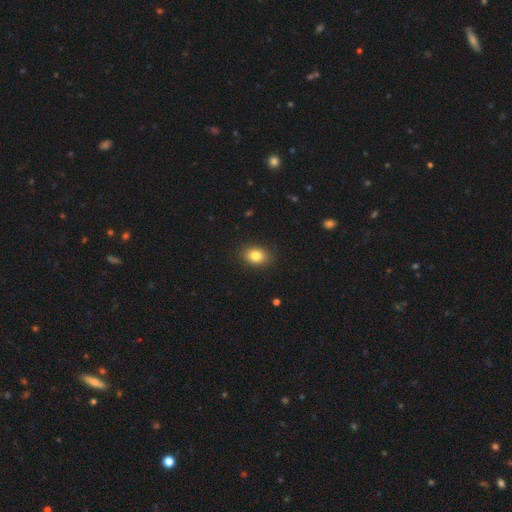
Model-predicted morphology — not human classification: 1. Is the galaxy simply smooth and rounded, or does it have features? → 83% smooth, 9% star or artifact, 8% featured or disk.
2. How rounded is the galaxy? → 70% in between, 29% round, 1% cigar-shaped.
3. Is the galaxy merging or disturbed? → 88% none, 9% minor disturbance, 2% major disturbance, 1% merger.